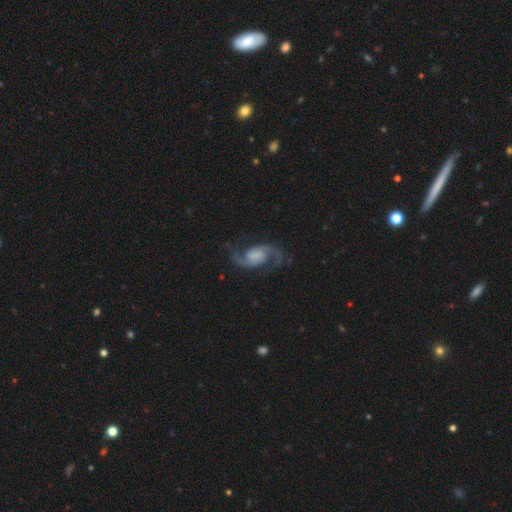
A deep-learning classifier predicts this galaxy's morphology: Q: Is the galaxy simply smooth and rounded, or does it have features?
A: featured or disk — 91%.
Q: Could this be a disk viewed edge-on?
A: no — 98%.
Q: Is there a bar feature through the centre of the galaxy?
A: weak — 43%.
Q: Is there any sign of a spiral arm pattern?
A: yes — 98%.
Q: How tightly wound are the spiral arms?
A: medium — 47%.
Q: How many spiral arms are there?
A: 2 — 94%.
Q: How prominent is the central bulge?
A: none — 48%.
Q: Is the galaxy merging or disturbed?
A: none — 78%.